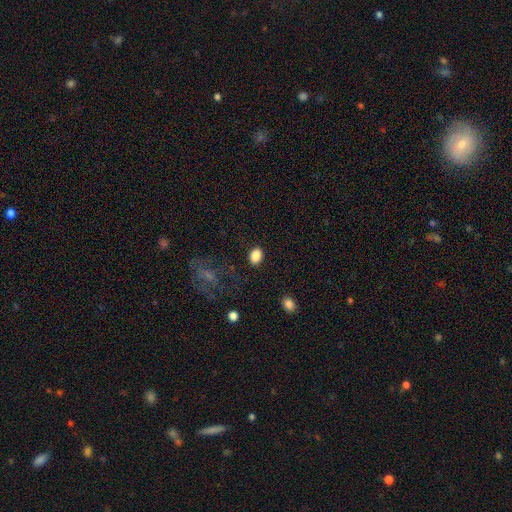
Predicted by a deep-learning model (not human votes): Morphology: type=smooth (86%); roundness=in between (72%); merging=none (86%).